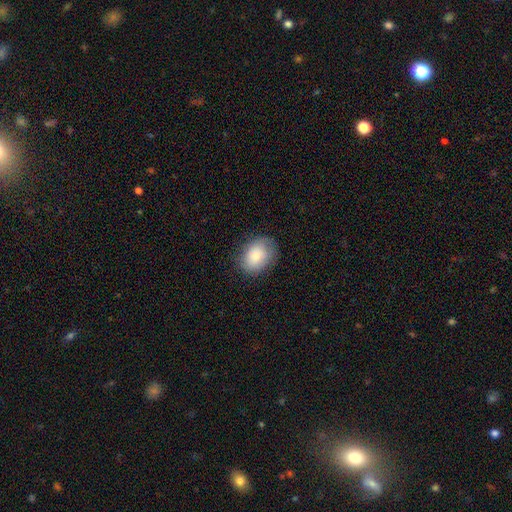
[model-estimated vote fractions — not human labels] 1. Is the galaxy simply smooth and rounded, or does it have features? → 83% smooth, 10% featured or disk, 7% star or artifact.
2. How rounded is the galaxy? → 64% in between, 35% round, 1% cigar-shaped.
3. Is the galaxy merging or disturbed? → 77% none, 17% minor disturbance, 5% major disturbance, 1% merger.